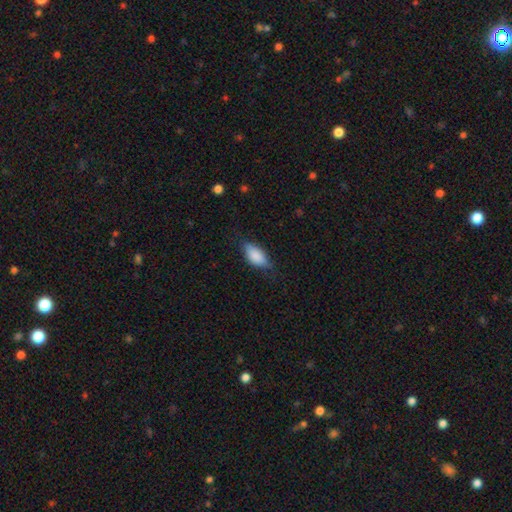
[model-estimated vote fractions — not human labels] Smooth or featured? Predicted: smooth (p=0.82). How rounded? Predicted: in between (p=0.88). Merging? Predicted: none (p=0.66).